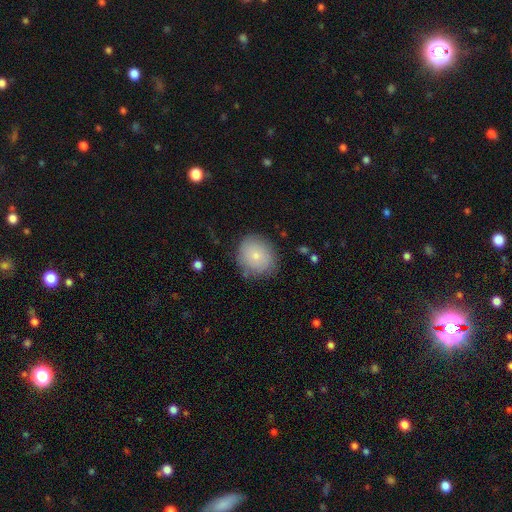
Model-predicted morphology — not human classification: Smooth or featured?
  - smooth: 78% *
  - featured or disk: 14%
  - star or artifact: 8%
How rounded?
  - round: 78% *
  - in between: 21%
  - cigar-shaped: 1%
Merging?
  - none: 78% *
  - minor disturbance: 16%
  - major disturbance: 4%
  - merger: 2%